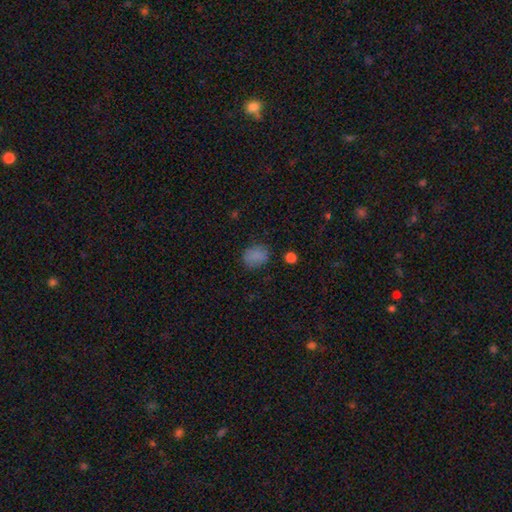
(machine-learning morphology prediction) smooth-or-featured: smooth: 82% | star or artifact: 12% | featured or disk: 6%
  how-rounded: round: 52% | in between: 47% | cigar-shaped: 1%
  merging: none: 78% | minor disturbance: 16% | major disturbance: 4% | merger: 2%